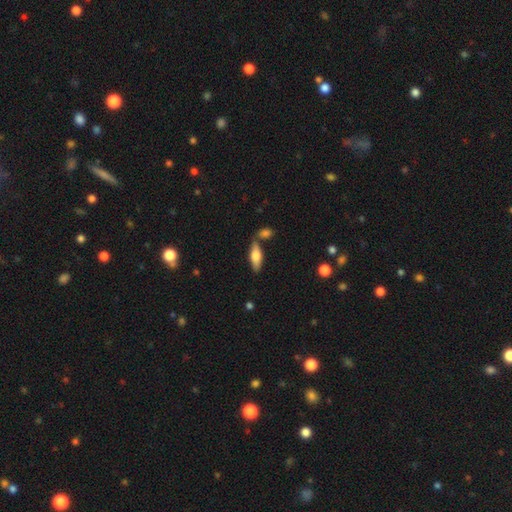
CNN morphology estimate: Overall: smooth (63%; featured or disk 31%). How rounded: in between (62%; cigar-shaped 35%). Merging: none (69%).